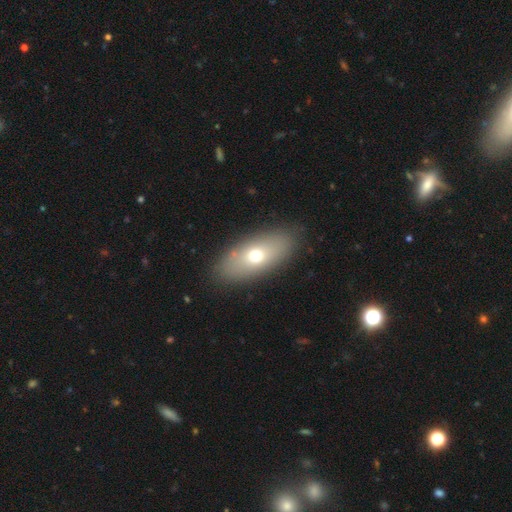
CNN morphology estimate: Smooth or featured? Predicted: smooth (p=0.66). How rounded? Predicted: in between (p=0.84). Merging? Predicted: none (p=0.87).